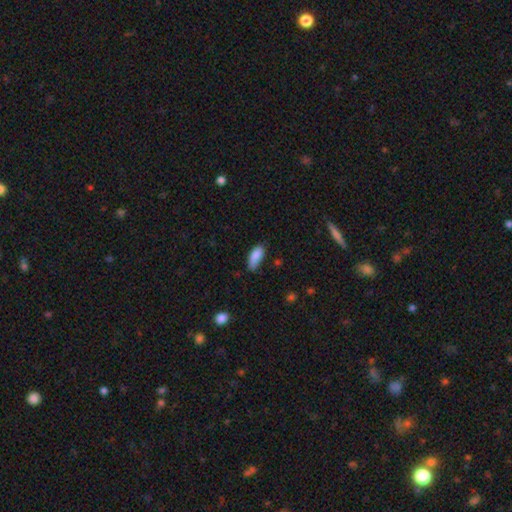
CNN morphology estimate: Smooth or featured: smooth — 86% (star or artifact — 7%)
How rounded: in between — 84% (cigar-shaped — 14%)
Merging: none — 59% (minor disturbance — 33%)